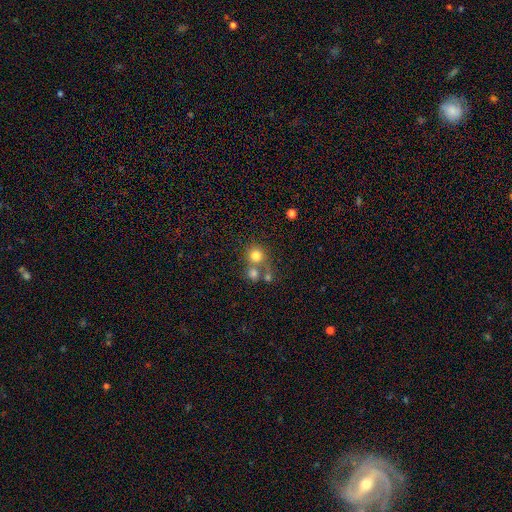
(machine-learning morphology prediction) A smooth galaxy with no disk features (75%) that is round (89%).

Vote fractions:
- Smooth or featured? smooth: 75% / star or artifact: 14% / featured or disk: 11%
- How rounded? round: 89% / in between: 10% / cigar-shaped: 1%
- Merging? none: 51% / merger: 37% / minor disturbance: 8% / major disturbance: 5%